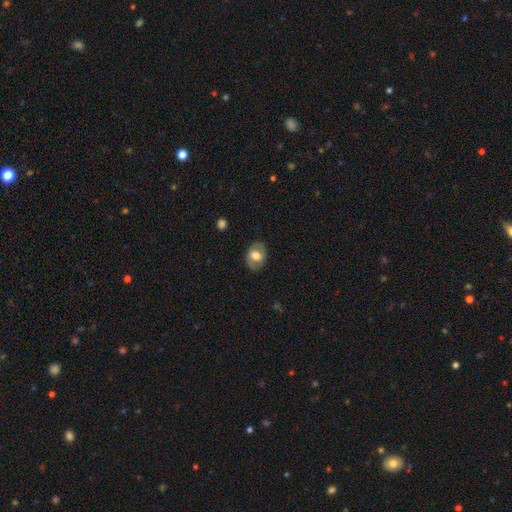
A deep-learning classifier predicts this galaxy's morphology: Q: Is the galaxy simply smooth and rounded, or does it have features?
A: smooth — 55%.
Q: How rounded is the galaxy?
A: in between — 73%.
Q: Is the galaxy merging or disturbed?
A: none — 80%.